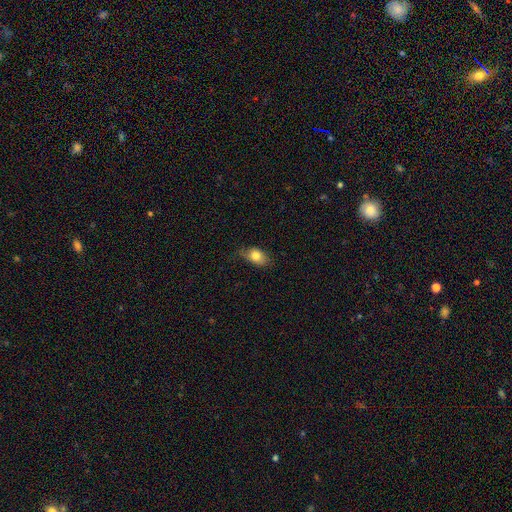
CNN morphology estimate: smooth_or_featured: smooth (p=0.79) [alt: featured or disk p=0.13]
how_rounded: in between (p=0.85) [alt: round p=0.12]
merging: none (p=0.66) [alt: minor disturbance p=0.27]